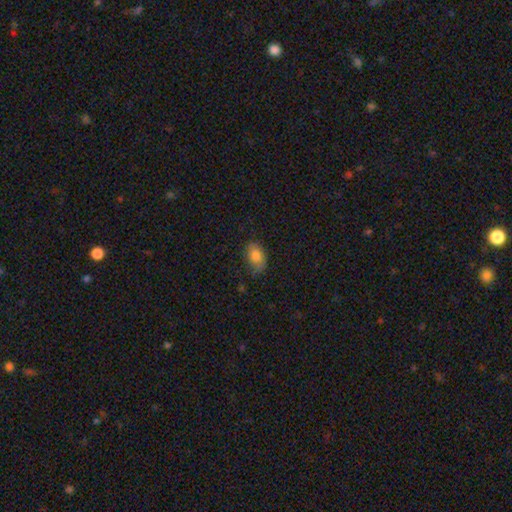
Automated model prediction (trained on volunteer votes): The model was most divided on "merging": none: 62%, minor disturbance: 29%, major disturbance: 8%, merger: 2%. More confident: how rounded — in between (83%); smooth or featured — smooth (79%).